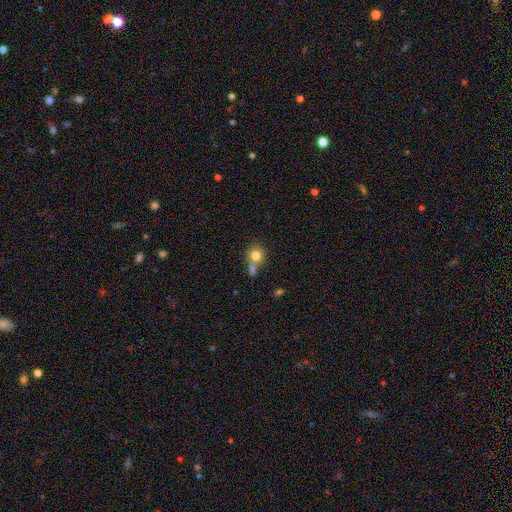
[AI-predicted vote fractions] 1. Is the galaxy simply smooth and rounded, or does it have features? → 78% smooth, 12% featured or disk, 10% star or artifact.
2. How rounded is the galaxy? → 84% round, 15% in between, 1% cigar-shaped.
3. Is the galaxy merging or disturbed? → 46% none, 36% merger, 12% minor disturbance, 6% major disturbance.